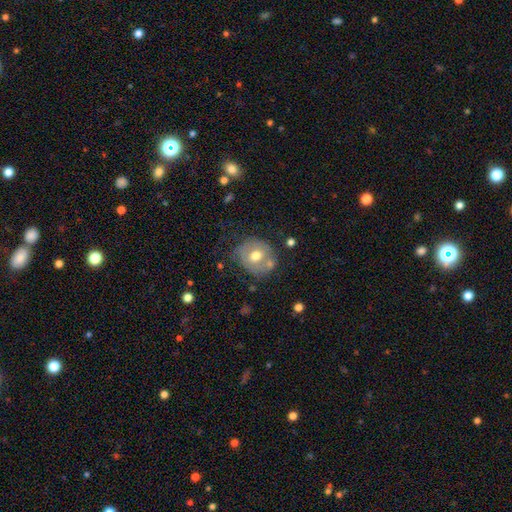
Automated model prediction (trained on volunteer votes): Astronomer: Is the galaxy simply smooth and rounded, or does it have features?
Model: smooth — 57% (runner-up: featured or disk, 35%).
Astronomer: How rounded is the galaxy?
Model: round — 79%.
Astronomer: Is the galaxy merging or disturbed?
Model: none — 61%.